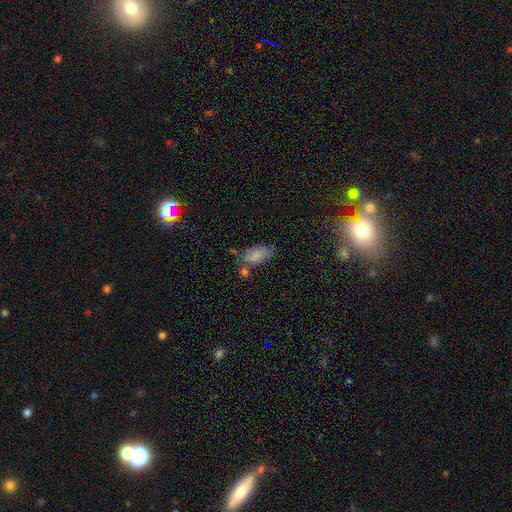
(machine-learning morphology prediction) Smooth or featured: smooth — 80% (featured or disk — 11%)
How rounded: in between — 91% (cigar-shaped — 5%)
Merging: none — 48% (minor disturbance — 26%)